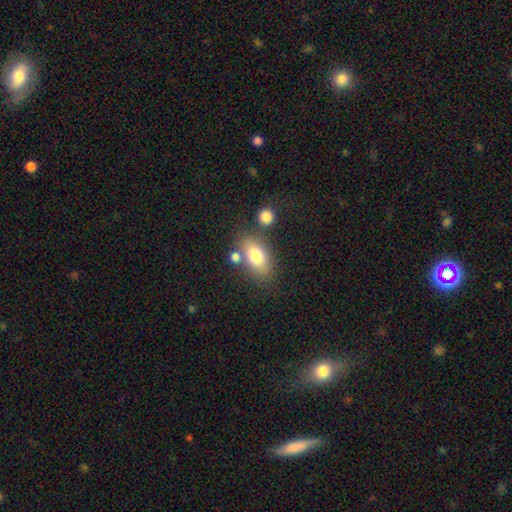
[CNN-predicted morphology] smooth 75%, featured or disk 16%, star or artifact 8%. Down the decision tree: how rounded — in between (85%); merging — none (67%).